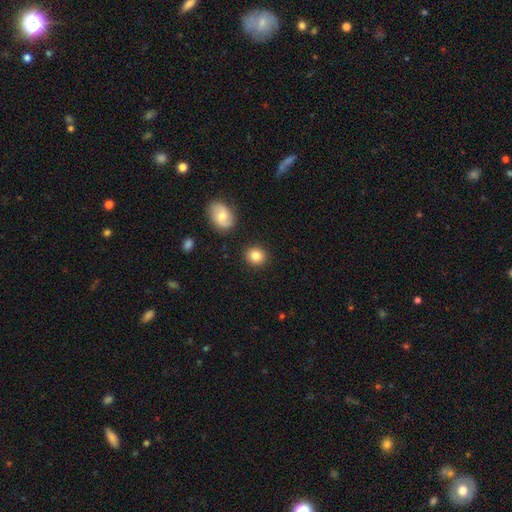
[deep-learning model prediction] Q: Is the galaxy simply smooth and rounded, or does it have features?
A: smooth — 85%.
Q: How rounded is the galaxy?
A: round — 76%.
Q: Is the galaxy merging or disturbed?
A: none — 88%.